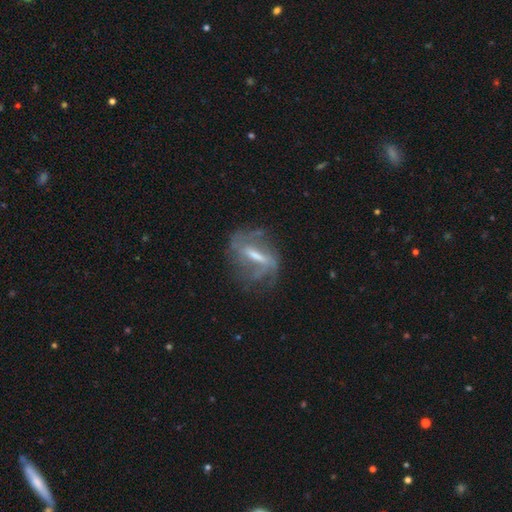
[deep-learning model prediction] A featured or disk galaxy (75%) with a strong bar (61%), spiral arms (74%) and a moderate central bulge (43%). Merging: none (56%).